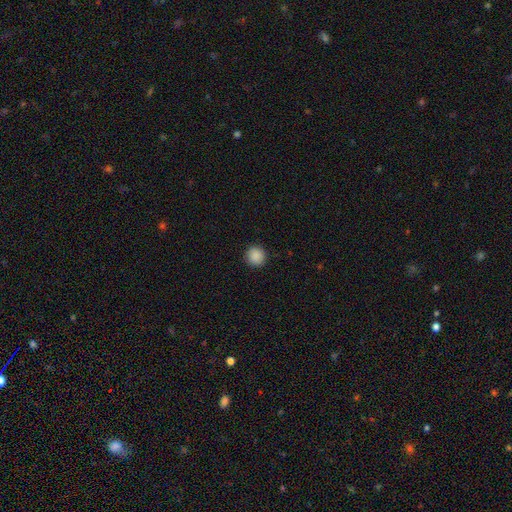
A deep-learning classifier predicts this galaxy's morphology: smooth-or-featured: smooth: 89% | star or artifact: 9% | featured or disk: 2%
  how-rounded: round: 93% | in between: 6% | cigar-shaped: 1%
  merging: none: 92% | minor disturbance: 6% | major disturbance: 2% | merger: 1%